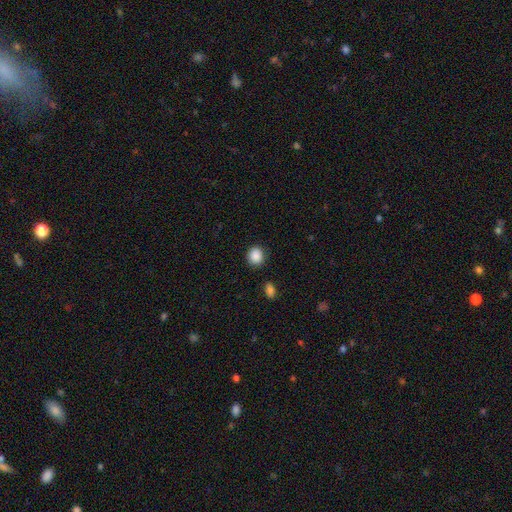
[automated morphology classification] smooth 89%, star or artifact 8%, featured or disk 3%. Down the decision tree: how rounded — round (78%); merging — none (87%).